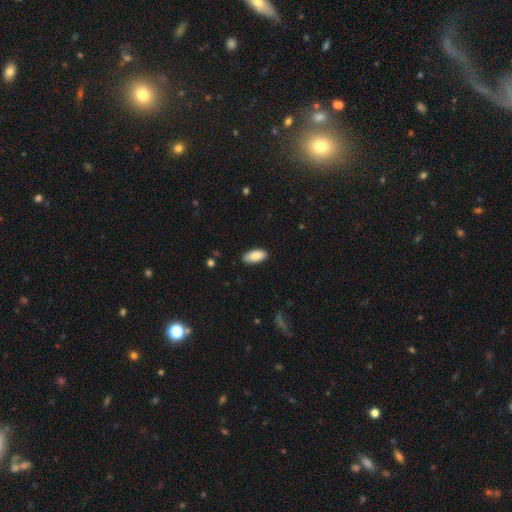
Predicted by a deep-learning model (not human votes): This is clearly a smooth galaxy (86%). How rounded: clearly in between (91%). Merging: clearly none (86%).